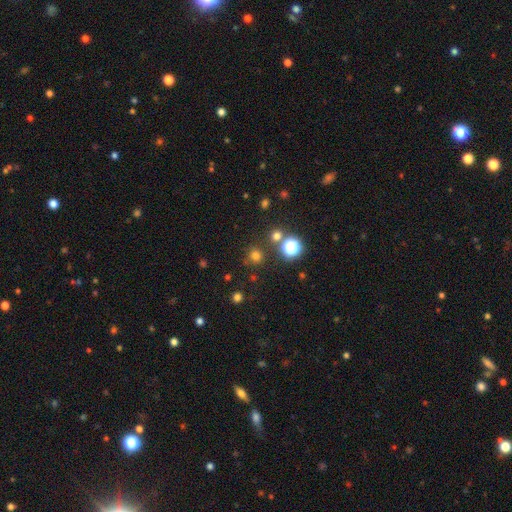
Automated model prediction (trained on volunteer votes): Smooth or featured? smooth (69%)
How rounded? round (93%)
Merging? none (83%)